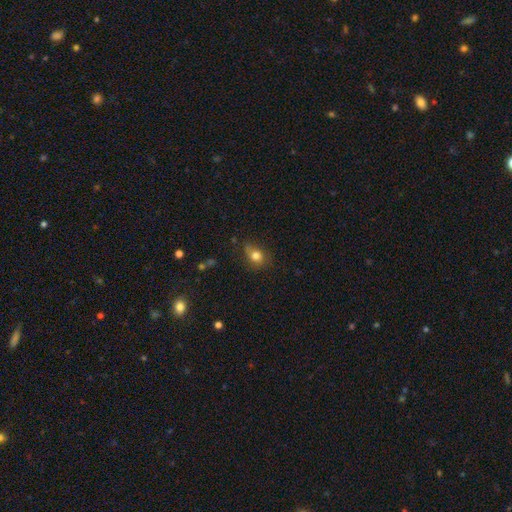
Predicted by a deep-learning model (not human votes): smooth-or-featured: smooth: 79% | star or artifact: 11% | featured or disk: 10%
  how-rounded: round: 55% | in between: 44% | cigar-shaped: 2%
  merging: none: 61% | minor disturbance: 28% | major disturbance: 8% | merger: 3%